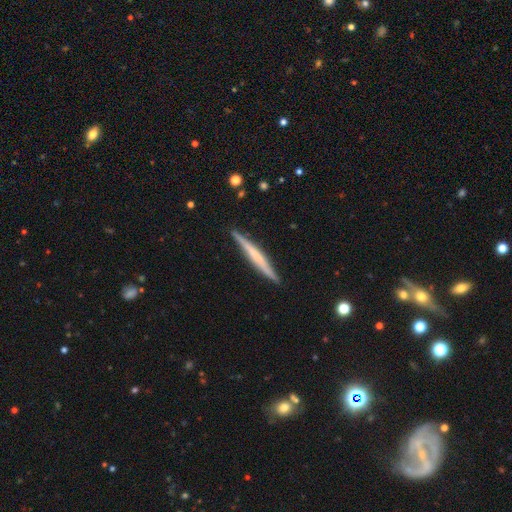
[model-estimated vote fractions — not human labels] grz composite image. It shows a featured or disk galaxy (56%) viewed edge-on (97%) with no central bulge (61%). Merging: none (90%).